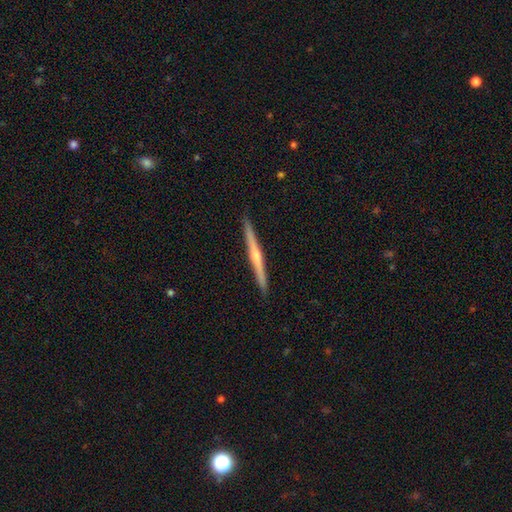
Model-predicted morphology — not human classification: smooth-or-featured: featured or disk: 73% | smooth: 21% | star or artifact: 6%
  disk-edge-on: yes: 98% | no: 2%
    edge-on-bulge: rounded: 73% | none: 21% | boxy: 6%
  merging: none: 91% | minor disturbance: 6% | major disturbance: 1% | merger: 1%